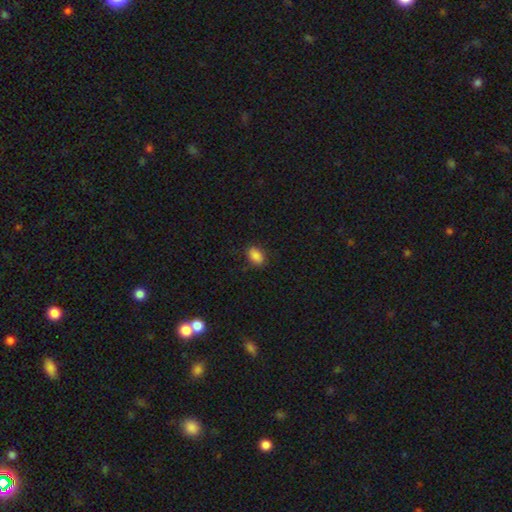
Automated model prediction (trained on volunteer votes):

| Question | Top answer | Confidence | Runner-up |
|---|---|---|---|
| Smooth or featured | smooth | 87% | star or artifact (9%) |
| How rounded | in between | 85% | round (13%) |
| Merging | none | 85% | minor disturbance (11%) |